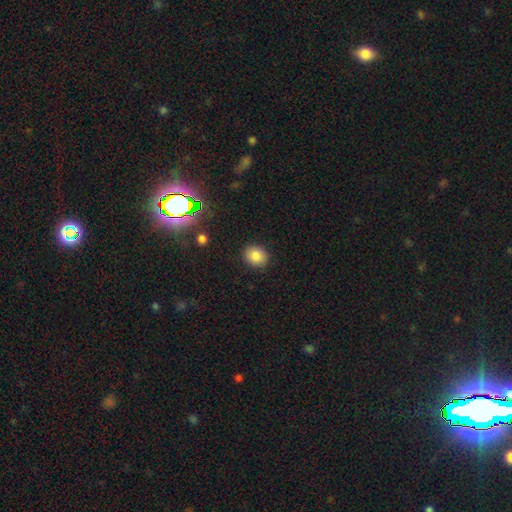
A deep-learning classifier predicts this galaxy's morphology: The model was most divided on "how rounded": round: 62%, in between: 37%, cigar-shaped: 1%. More confident: merging — none (89%); smooth or featured — smooth (84%).